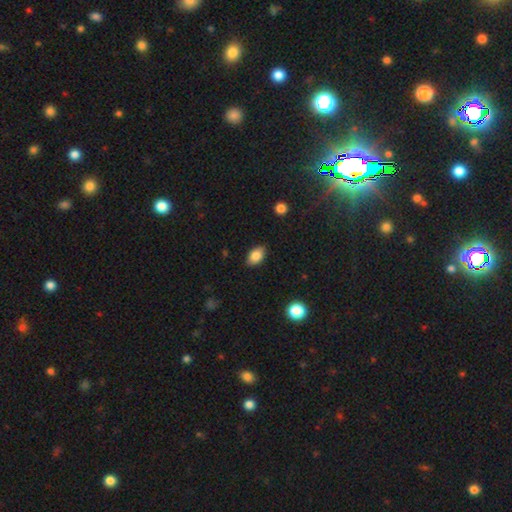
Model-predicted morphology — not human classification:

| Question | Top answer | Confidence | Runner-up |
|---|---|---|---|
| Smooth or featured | smooth | 85% | star or artifact (8%) |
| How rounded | in between | 90% | round (8%) |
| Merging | none | 86% | minor disturbance (11%) |